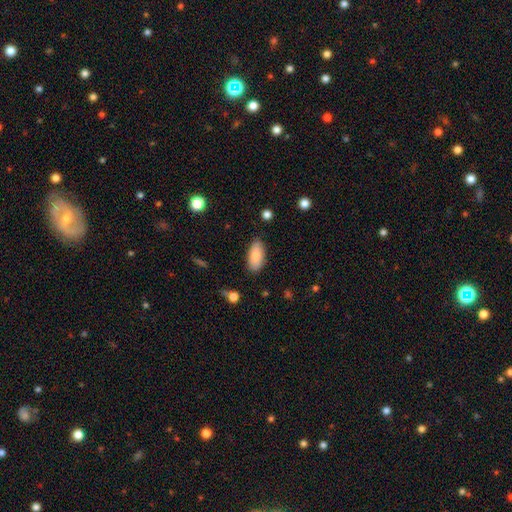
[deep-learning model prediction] A smooth galaxy with no disk features (87%) that is in between round and cigar-shaped (89%). Merging: none (85%).